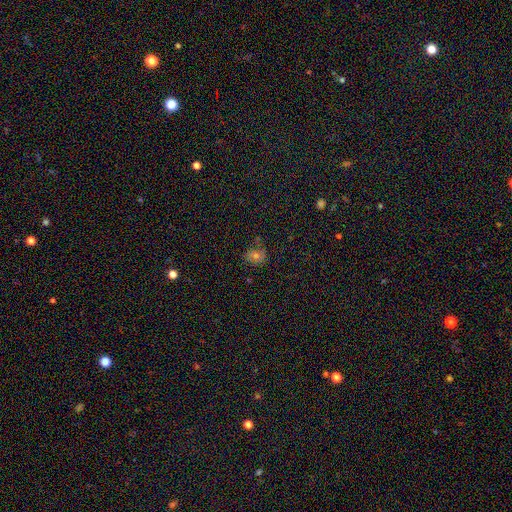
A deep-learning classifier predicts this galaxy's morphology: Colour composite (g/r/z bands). It shows a smooth galaxy with no disk features (57%) that is round (67%). Merging: none (67%).